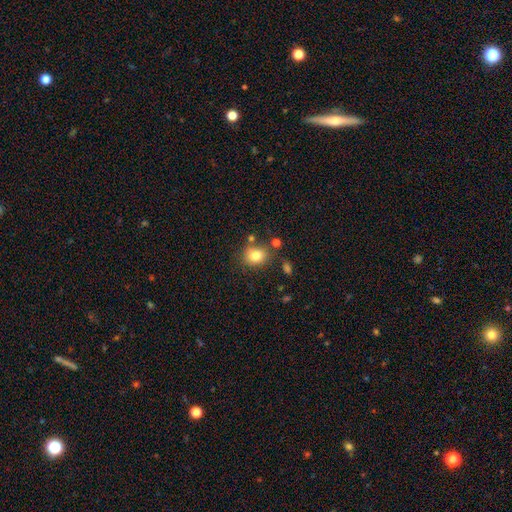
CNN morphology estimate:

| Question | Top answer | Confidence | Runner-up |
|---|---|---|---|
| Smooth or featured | smooth | 80% | star or artifact (11%) |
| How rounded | round | 60% | in between (39%) |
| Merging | none | 73% | minor disturbance (14%) |